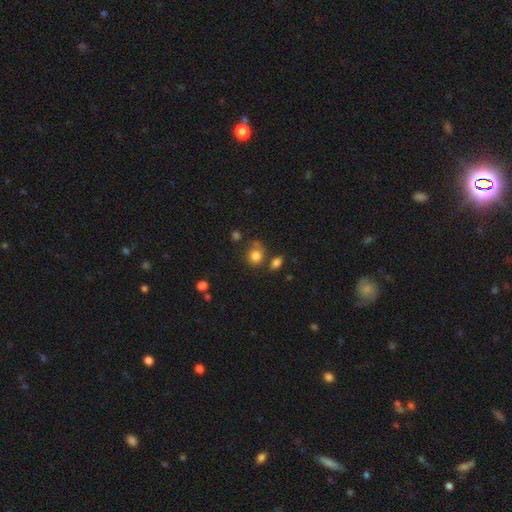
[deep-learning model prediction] Smooth or featured: smooth — 81% (star or artifact — 11%)
How rounded: round — 72% (in between — 27%)
Merging: none — 56% (minor disturbance — 20%)